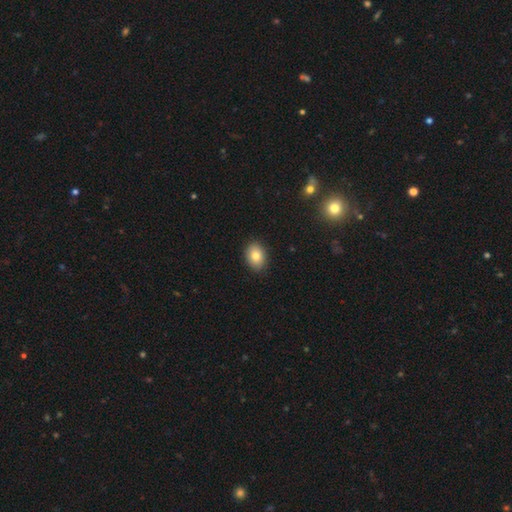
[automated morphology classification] This is clearly a smooth galaxy (82%). How rounded: likely in between (72%). Merging: clearly none (89%).